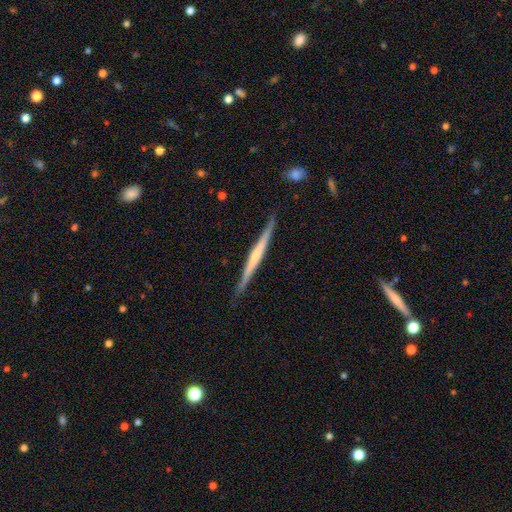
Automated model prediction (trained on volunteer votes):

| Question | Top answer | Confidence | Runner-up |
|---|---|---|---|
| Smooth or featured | featured or disk | 69% | smooth (26%) |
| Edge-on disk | yes | 98% | no (2%) |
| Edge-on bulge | none | 47% | rounded (44%) |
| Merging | none | 88% | minor disturbance (9%) |